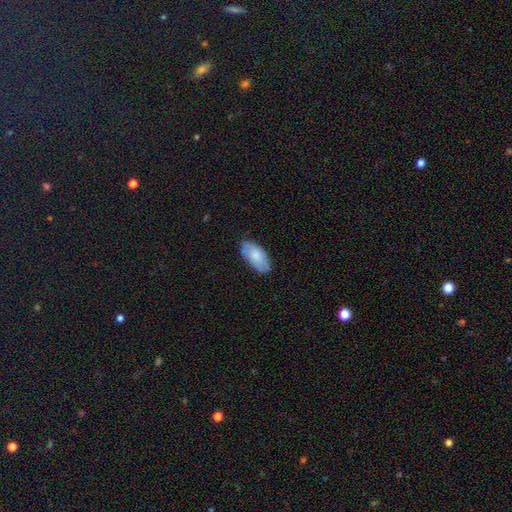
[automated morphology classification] Overall: smooth (78%). How rounded: in between (94%). Merging: none (79%).